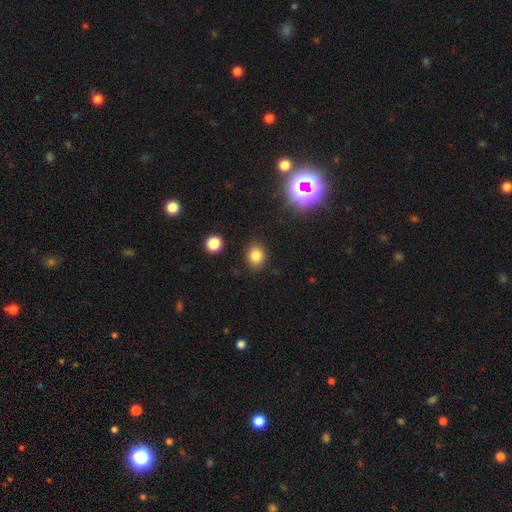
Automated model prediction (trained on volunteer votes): Smooth or featured: smooth — 80% (star or artifact — 14%)
How rounded: round — 61% (in between — 38%)
Merging: none — 87% (minor disturbance — 8%)